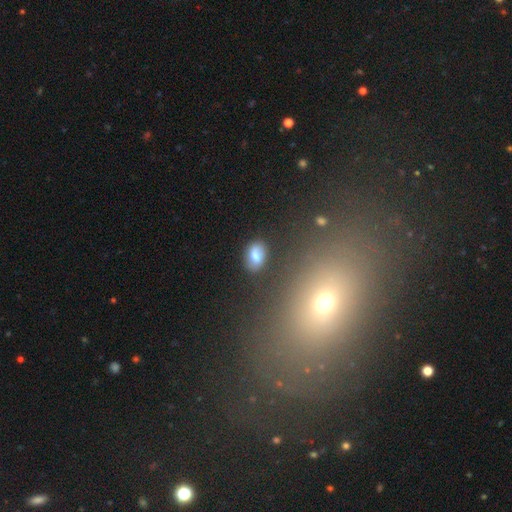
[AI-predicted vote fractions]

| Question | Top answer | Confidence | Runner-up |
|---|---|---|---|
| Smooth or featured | smooth | 71% | featured or disk (17%) |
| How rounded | in between | 80% | round (18%) |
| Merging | none | 77% | minor disturbance (13%) |